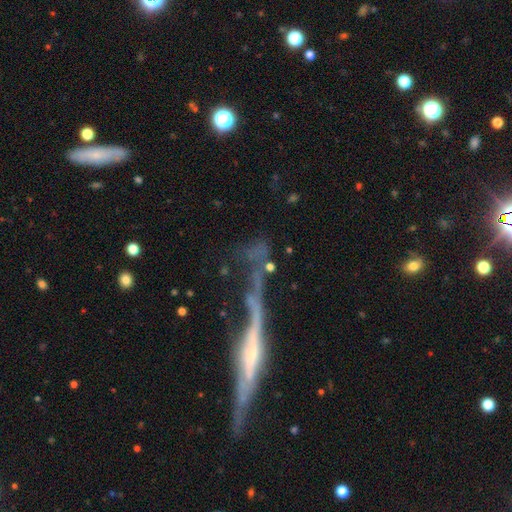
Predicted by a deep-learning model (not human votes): featured or disk 51%, smooth 27%, star or artifact 21%. Down the decision tree: edge-on disk — no (54%); merging — major disturbance (31%).